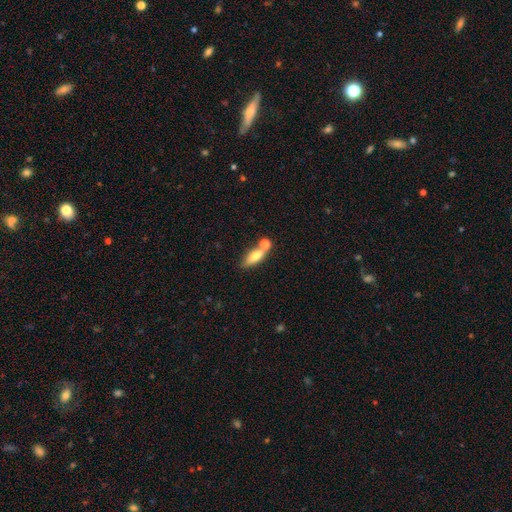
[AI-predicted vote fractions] Smooth or featured? Predicted: smooth (p=0.69). How rounded? Predicted: in between (p=0.58). Merging? Predicted: none (p=0.54).